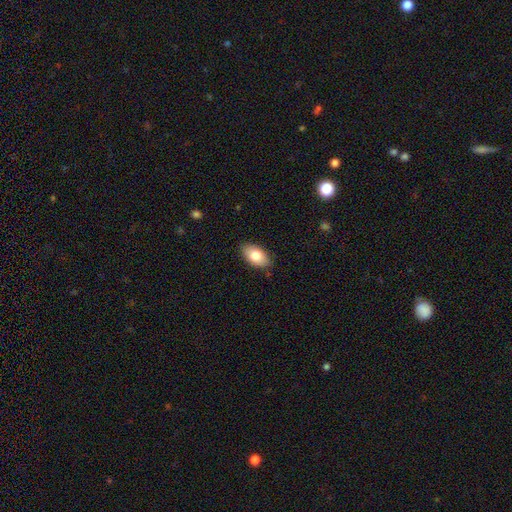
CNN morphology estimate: Smooth or featured? Predicted: smooth (p=0.80). How rounded? Predicted: in between (p=0.94). Merging? Predicted: none (p=0.85).